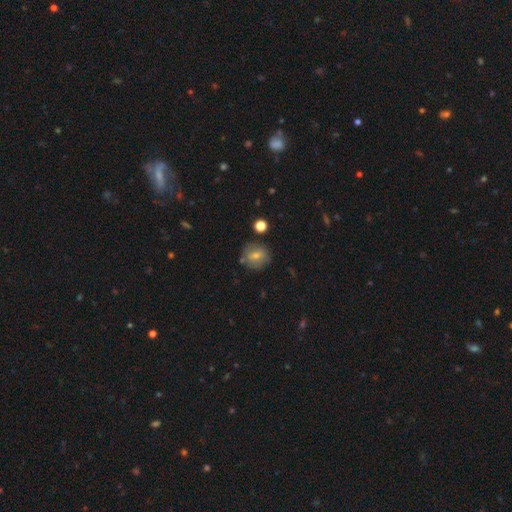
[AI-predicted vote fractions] Smooth or featured? smooth (67%)
How rounded? round (78%)
Merging? none (76%)